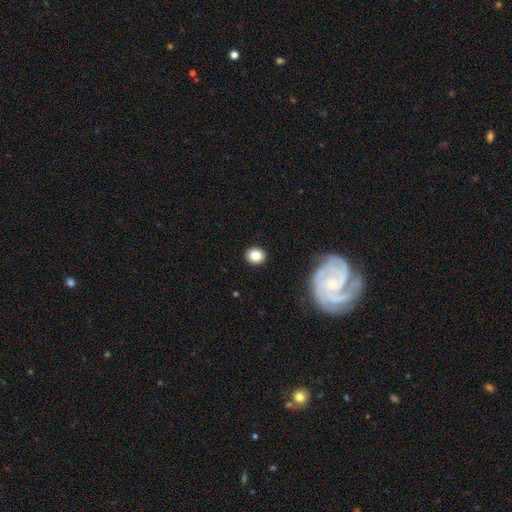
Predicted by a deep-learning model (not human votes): Smooth or featured? smooth (84%)
How rounded? round (68%)
Merging? none (90%)